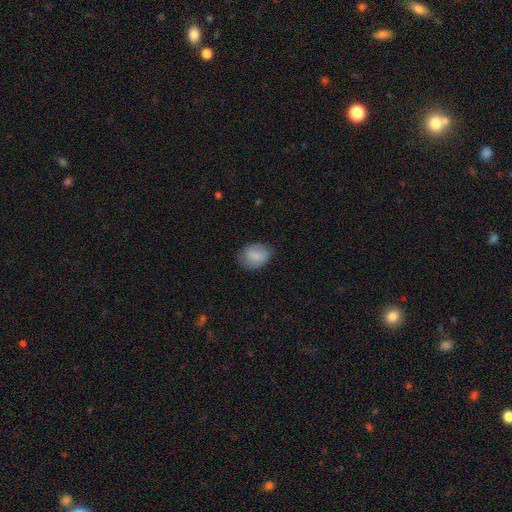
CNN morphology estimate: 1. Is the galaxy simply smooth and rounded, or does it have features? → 78% smooth, 15% featured or disk, 7% star or artifact.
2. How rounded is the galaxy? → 60% in between, 39% round, 1% cigar-shaped.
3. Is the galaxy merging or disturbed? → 72% none, 22% minor disturbance, 6% major disturbance, 1% merger.